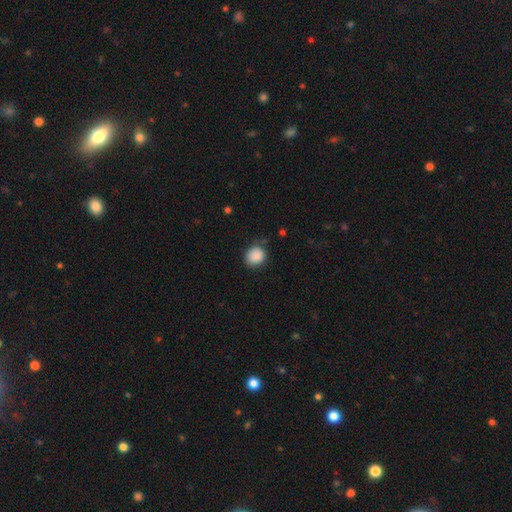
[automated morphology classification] Smooth or featured: smooth — 88% (star or artifact — 8%)
How rounded: round — 72% (in between — 28%)
Merging: none — 75% (minor disturbance — 19%)